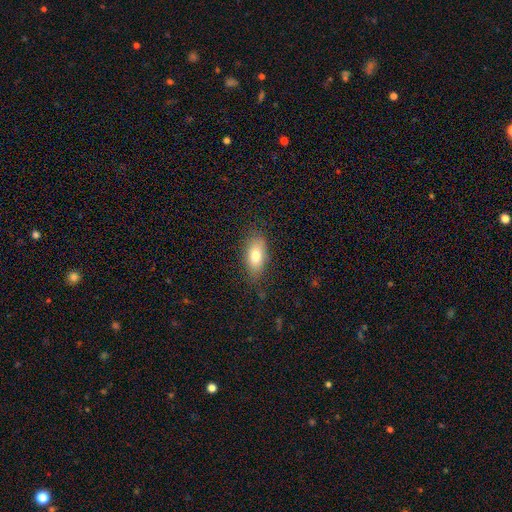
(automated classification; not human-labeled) Smooth or featured?
  - smooth: 78% *
  - featured or disk: 14%
  - star or artifact: 8%
How rounded?
  - in between: 85% *
  - cigar-shaped: 10%
  - round: 5%
Merging?
  - none: 78% *
  - minor disturbance: 16%
  - major disturbance: 4%
  - merger: 1%